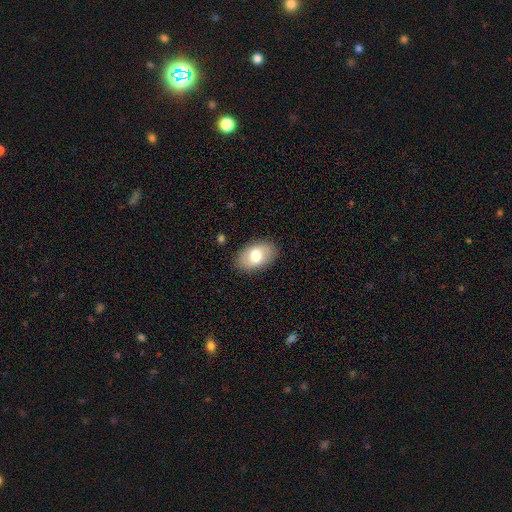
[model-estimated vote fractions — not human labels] smooth-or-featured: smooth: 73% | featured or disk: 20% | star or artifact: 7%
  how-rounded: in between: 89% | round: 10% | cigar-shaped: 1%
  merging: none: 87% | minor disturbance: 9% | major disturbance: 2% | merger: 1%